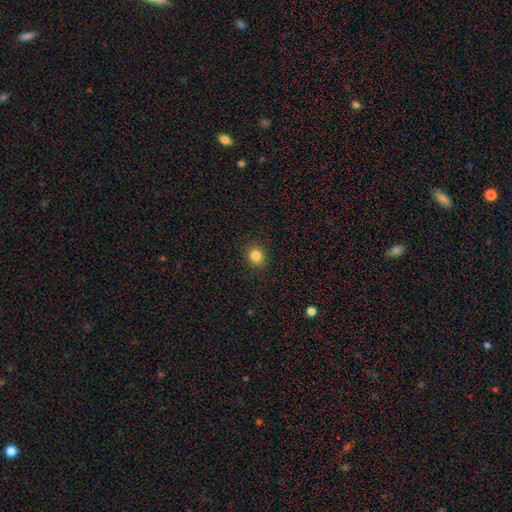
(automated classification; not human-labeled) Overall: smooth (84%). How rounded: round (79%). Merging: none (90%).